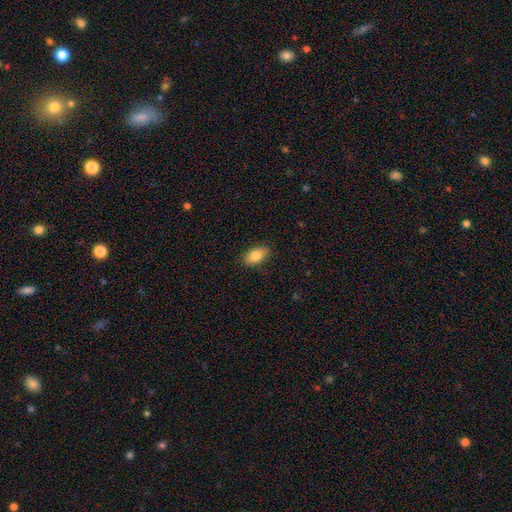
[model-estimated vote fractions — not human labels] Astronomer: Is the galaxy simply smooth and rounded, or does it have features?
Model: smooth — 84%.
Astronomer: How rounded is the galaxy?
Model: in between — 90%.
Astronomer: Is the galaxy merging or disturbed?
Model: none — 87%.